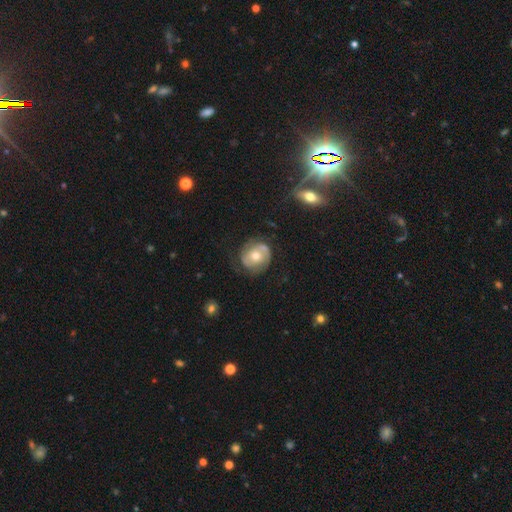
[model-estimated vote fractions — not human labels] Overall: featured or disk (65%; smooth 28%). Edge-on disk: no (97%). Bar: no (71%). Spiral arms: yes (79%). Bulge size: moderate (61%; small 34%). Merging: none (65%).